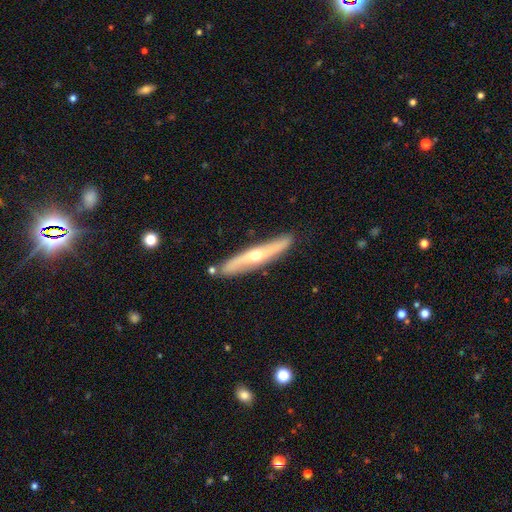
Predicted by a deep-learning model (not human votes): featured or disk 67%, smooth 27%, star or artifact 5%. Down the decision tree: edge-on disk — yes (71%); merging — none (85%).